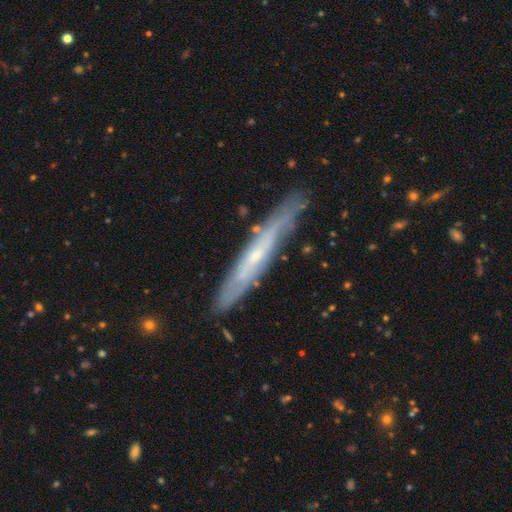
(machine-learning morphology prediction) A featured or disk galaxy (68%) viewed edge-on (74%) with no central bulge (55%). Merging: none (83%).